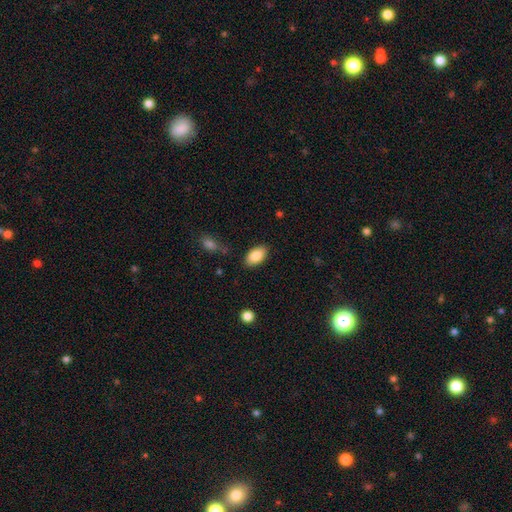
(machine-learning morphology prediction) Q: Smooth or featured?
A: smooth (85%); runner-up: featured or disk (8%)
Q: How rounded?
A: in between (94%); runner-up: round (4%)
Q: Merging?
A: none (85%); runner-up: minor disturbance (10%)